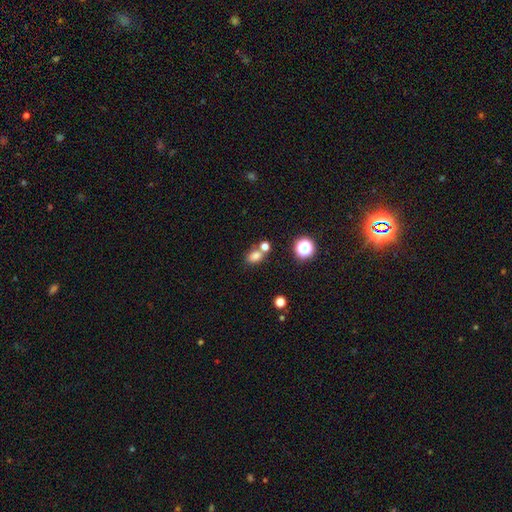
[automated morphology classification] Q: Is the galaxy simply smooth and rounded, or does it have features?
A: smooth — 76%.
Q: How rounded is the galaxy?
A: in between — 63%.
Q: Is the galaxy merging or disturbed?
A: none — 53%.